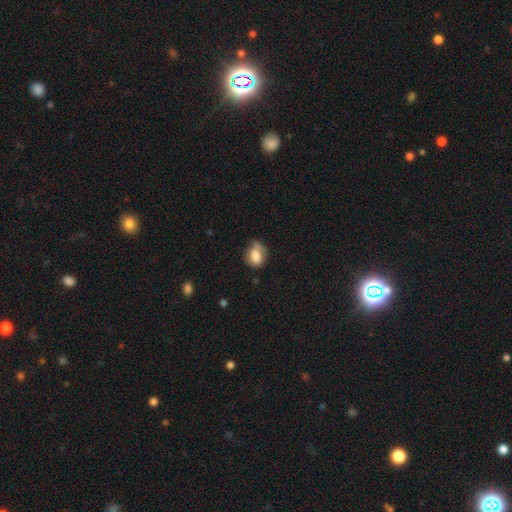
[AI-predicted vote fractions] Smooth or featured? Predicted: smooth (p=0.77). How rounded? Predicted: in between (p=0.66). Merging? Predicted: none (p=0.46).